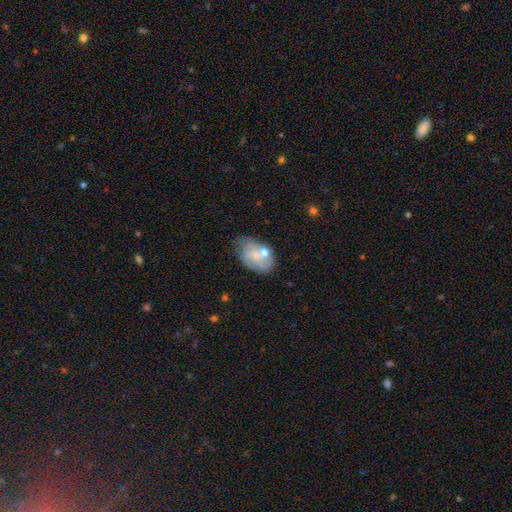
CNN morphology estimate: Overall: smooth (49%; featured or disk 43%). Merging: none (43%; minor disturbance 28%).